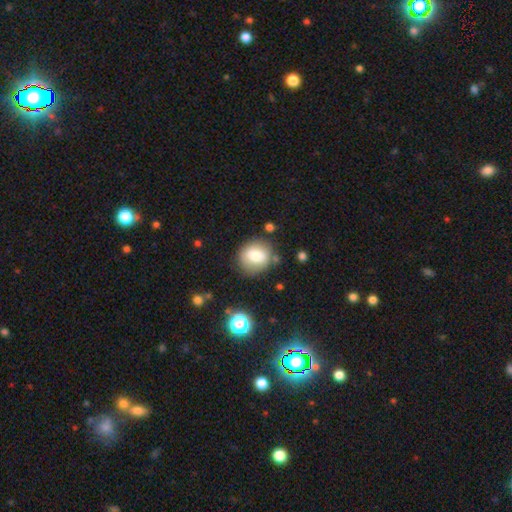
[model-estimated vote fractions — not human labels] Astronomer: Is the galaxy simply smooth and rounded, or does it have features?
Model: smooth — 77%.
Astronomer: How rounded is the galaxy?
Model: round — 70%.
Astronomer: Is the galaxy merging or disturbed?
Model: none — 72%.